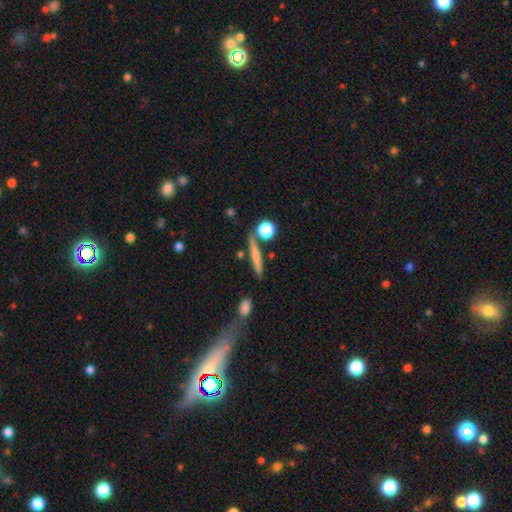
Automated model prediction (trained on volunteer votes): A smooth galaxy with no disk features (62%) that is cigar-shaped (85%). Merging: none (76%).